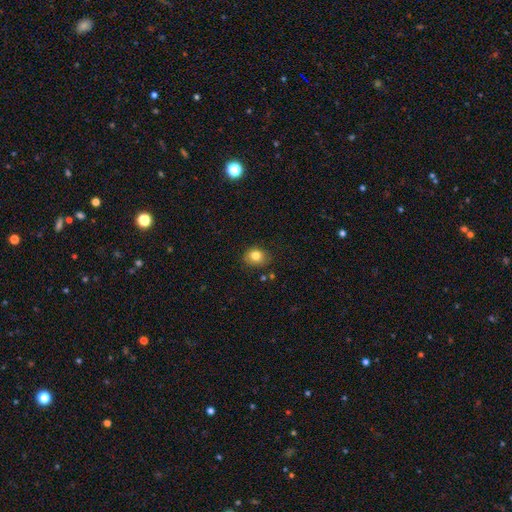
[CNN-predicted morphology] The model was most divided on "how rounded": round: 58%, in between: 41%, cigar-shaped: 1%. More confident: smooth or featured — smooth (80%); merging — none (80%).